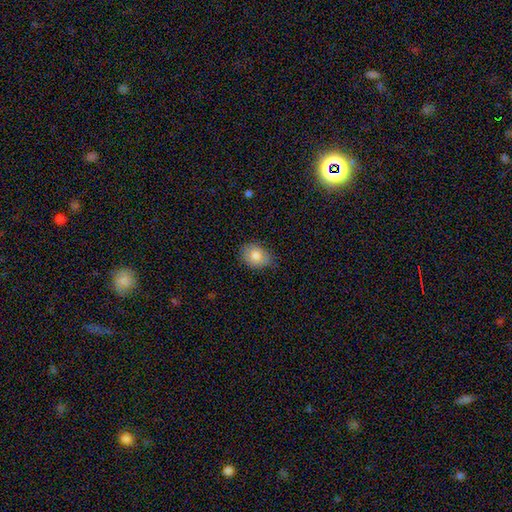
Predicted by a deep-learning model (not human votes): Smooth or featured?
  - smooth: 81% *
  - featured or disk: 11%
  - star or artifact: 8%
How rounded?
  - in between: 67% *
  - round: 32%
  - cigar-shaped: 1%
Merging?
  - none: 74% *
  - minor disturbance: 21%
  - major disturbance: 3%
  - merger: 1%